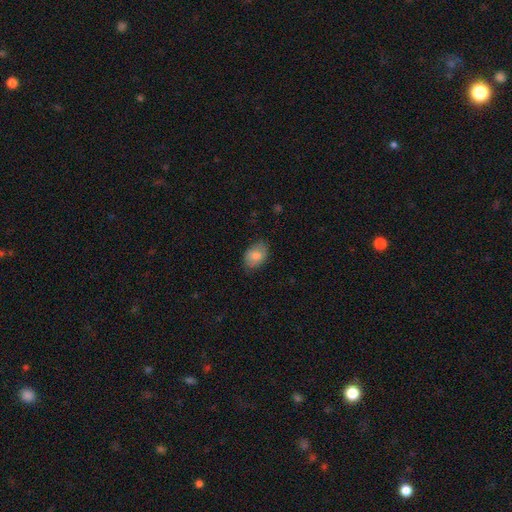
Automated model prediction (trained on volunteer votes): The model was most divided on "merging": none: 77%, minor disturbance: 18%, major disturbance: 4%, merger: 1%. More confident: how rounded — in between (82%); smooth or featured — smooth (81%).